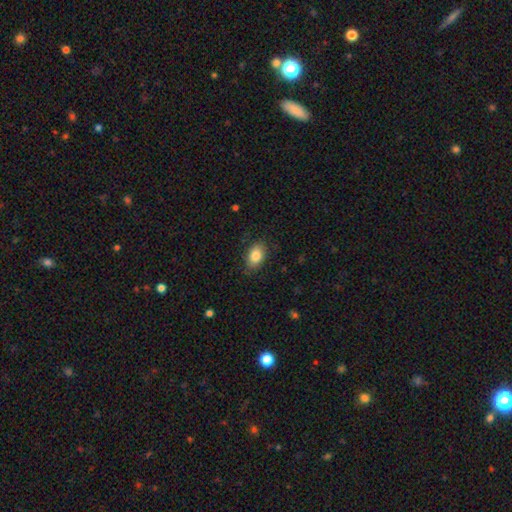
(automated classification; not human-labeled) smooth-or-featured: smooth: 84% | featured or disk: 8% | star or artifact: 8%
  how-rounded: in between: 87% | round: 12% | cigar-shaped: 1%
  merging: none: 84% | minor disturbance: 12% | major disturbance: 3% | merger: 1%